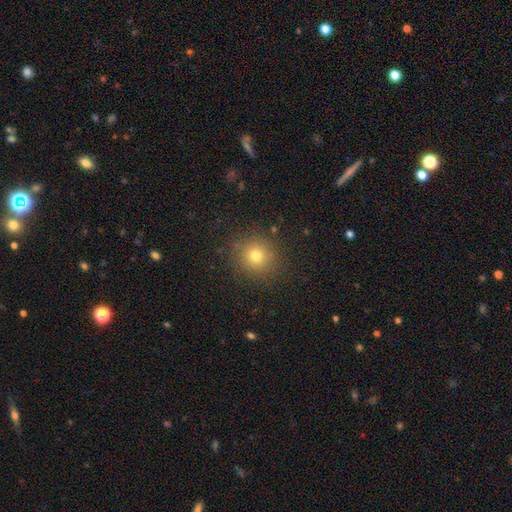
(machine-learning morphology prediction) smooth_or_featured: smooth (p=0.75) [alt: star or artifact p=0.16]
how_rounded: round (p=0.92) [alt: in between p=0.07]
merging: none (p=0.88) [alt: minor disturbance p=0.08]